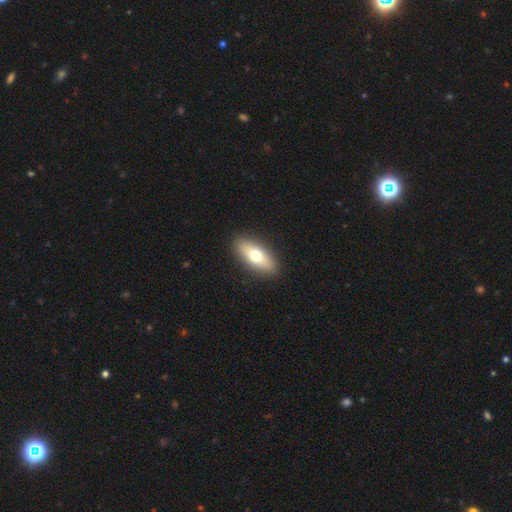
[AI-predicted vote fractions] Morphology: type=smooth (64%); roundness=in between (73%); merging=none (90%).